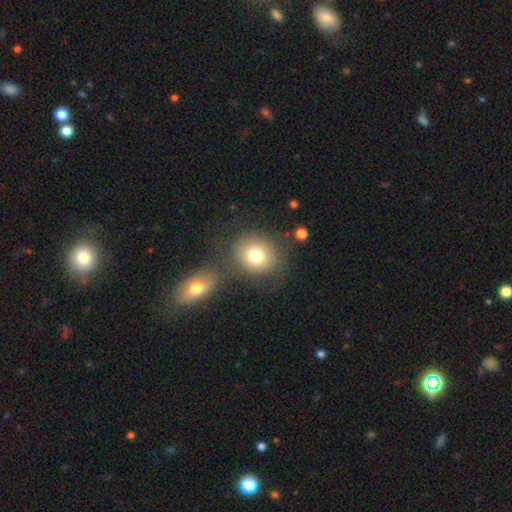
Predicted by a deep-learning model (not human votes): Overall: smooth (77%). How rounded: round (78%). Merging: none (66%).